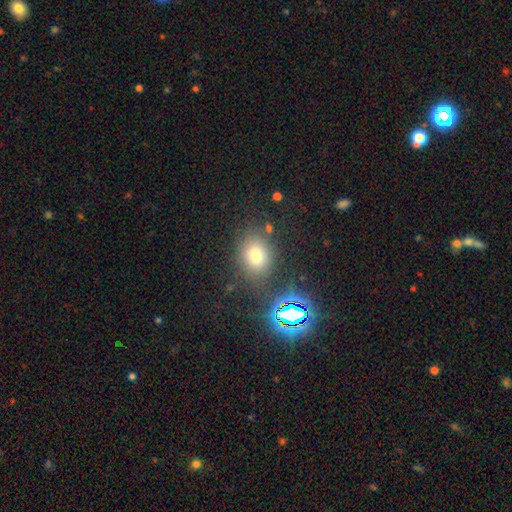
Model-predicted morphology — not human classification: smooth_or_featured: smooth (p=0.66) [alt: star or artifact p=0.24]
how_rounded: in between (p=0.50) [alt: round p=0.49]
merging: none (p=0.79) [alt: minor disturbance p=0.12]